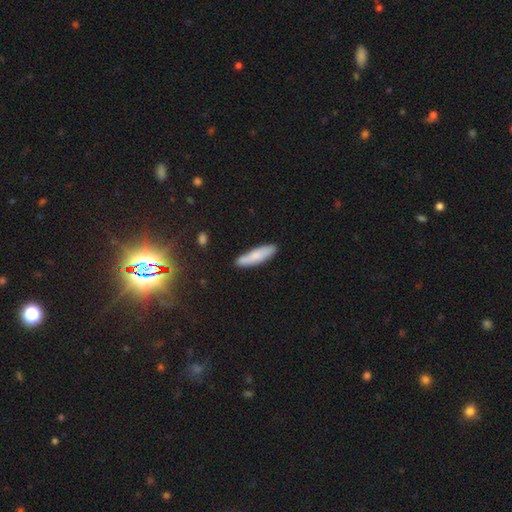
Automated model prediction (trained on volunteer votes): Smooth or featured? smooth (76%)
How rounded? cigar-shaped (71%)
Merging? none (82%)